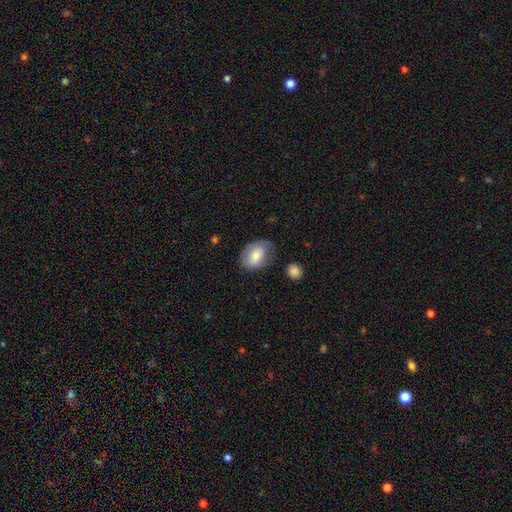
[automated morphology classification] smooth_or_featured: smooth (p=0.70) [alt: featured or disk p=0.23]
how_rounded: in between (p=0.76) [alt: round p=0.22]
merging: none (p=0.63) [alt: minor disturbance p=0.25]